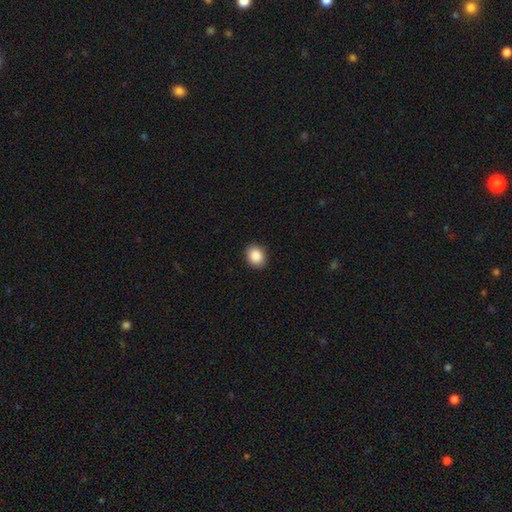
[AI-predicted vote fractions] This is clearly a smooth galaxy (89%). How rounded: possibly round (57%). Merging: clearly none (90%).